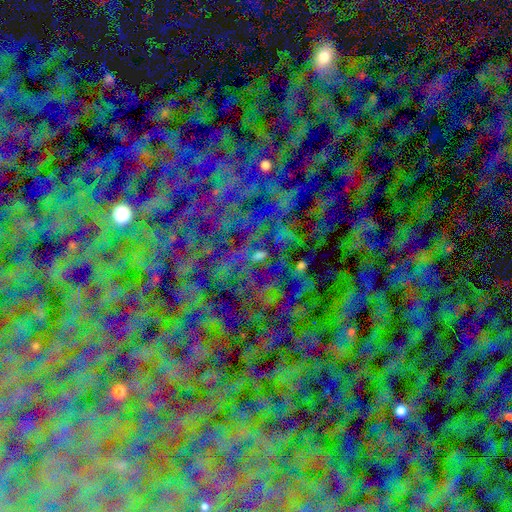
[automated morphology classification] Smooth or featured? star or artifact (75%)